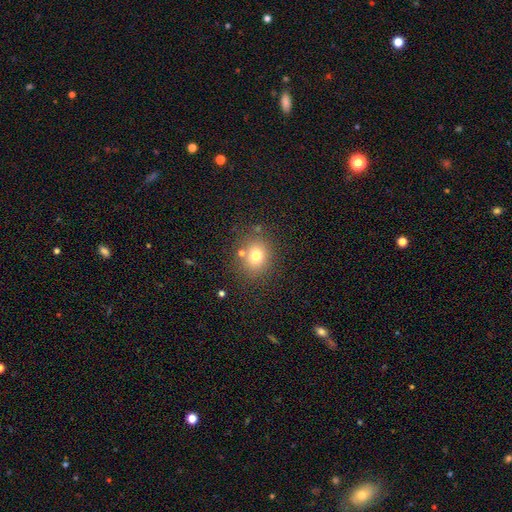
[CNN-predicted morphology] Smooth or featured: smooth — 75% (star or artifact — 14%)
How rounded: round — 69% (in between — 31%)
Merging: none — 78% (minor disturbance — 11%)